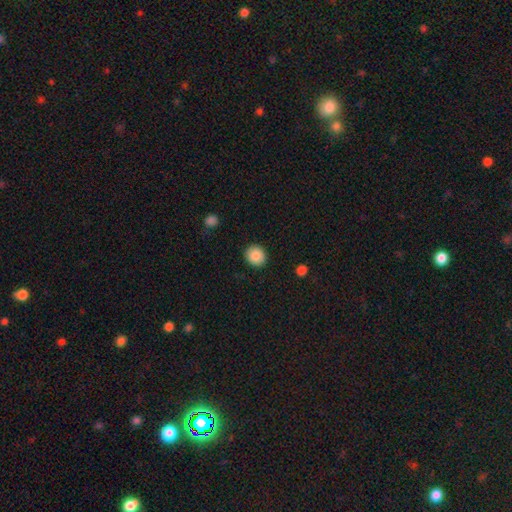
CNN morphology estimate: Smooth or featured?
  - smooth: 88% *
  - star or artifact: 8%
  - featured or disk: 4%
How rounded?
  - round: 88% *
  - in between: 11%
  - cigar-shaped: 1%
Merging?
  - none: 91% *
  - minor disturbance: 6%
  - major disturbance: 2%
  - merger: 1%